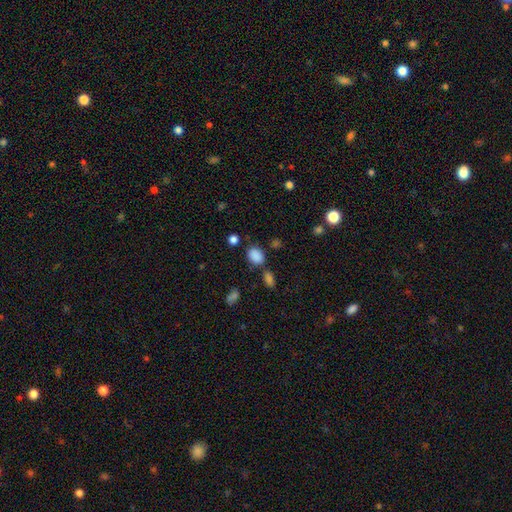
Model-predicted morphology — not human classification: Smooth or featured? smooth (85%)
How rounded? in between (69%)
Merging? none (71%)